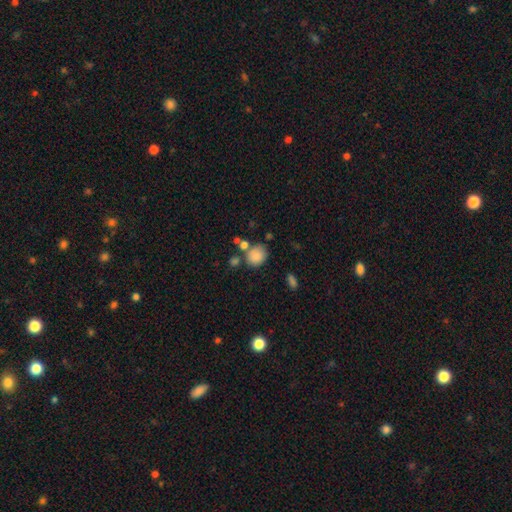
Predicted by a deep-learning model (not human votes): Overall: smooth (84%). How rounded: round (63%; in between 36%). Merging: none (60%).